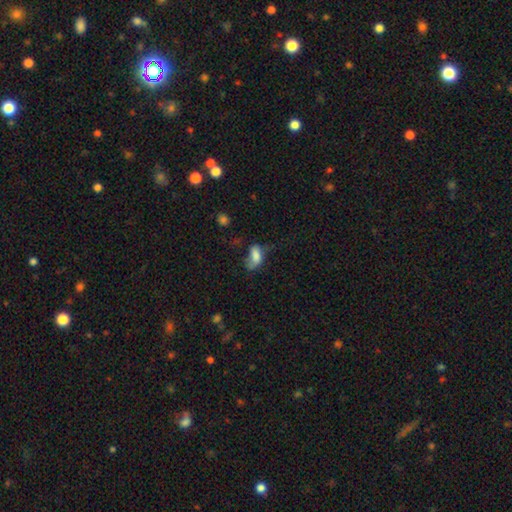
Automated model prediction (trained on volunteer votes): Morphology: type=smooth (70%); roundness=in between (89%); merging=major disturbance (33%, tied with none).